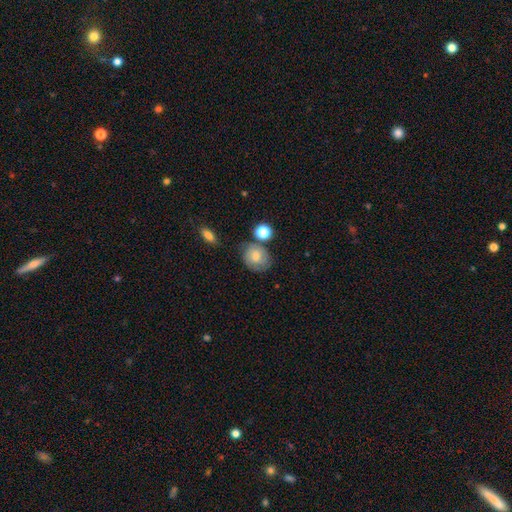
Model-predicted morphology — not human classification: This is likely a smooth galaxy (72%). How rounded: likely round (65%). Merging: possibly none (60%).